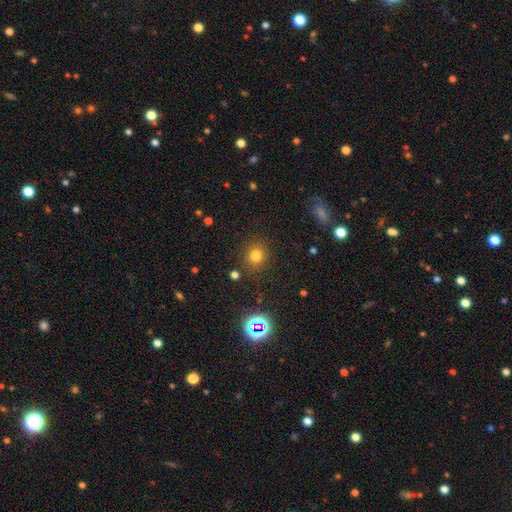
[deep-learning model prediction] smooth-or-featured: smooth: 74% | star or artifact: 19% | featured or disk: 7%
  how-rounded: round: 83% | in between: 16% | cigar-shaped: 1%
  merging: none: 86% | minor disturbance: 8% | major disturbance: 3% | merger: 2%